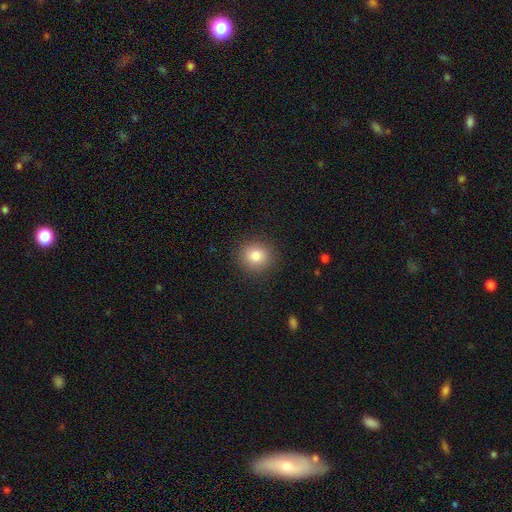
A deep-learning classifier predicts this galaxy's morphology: Smooth or featured? Predicted: smooth (p=0.82). How rounded? Predicted: round (p=0.86). Merging? Predicted: none (p=0.90).